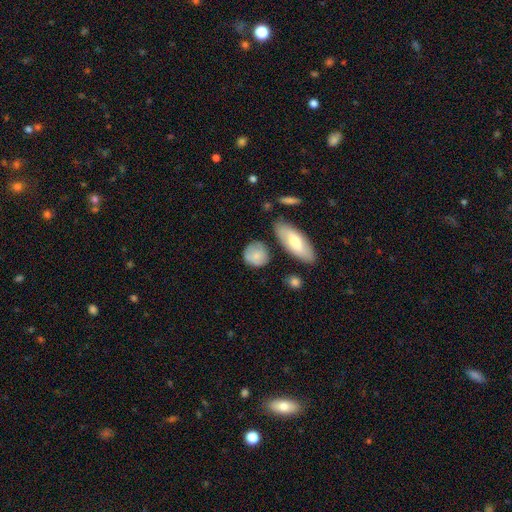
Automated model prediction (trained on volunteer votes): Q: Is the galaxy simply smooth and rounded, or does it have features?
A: smooth — 77%.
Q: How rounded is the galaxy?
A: round — 71%.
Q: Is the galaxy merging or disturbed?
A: none — 67%.